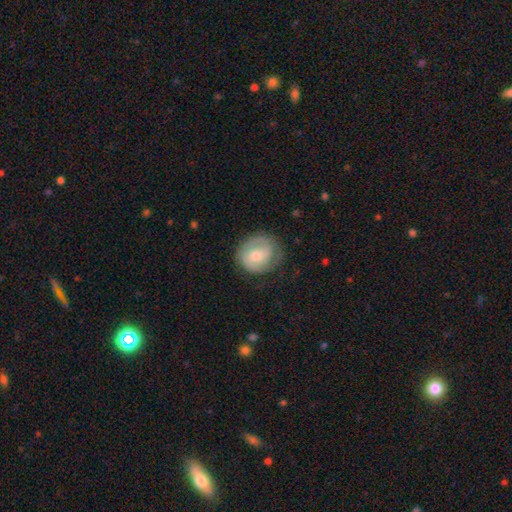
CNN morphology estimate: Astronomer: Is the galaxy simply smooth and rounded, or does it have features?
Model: featured or disk — 50% (runner-up: smooth, 43%).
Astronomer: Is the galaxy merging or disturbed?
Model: none — 72%.